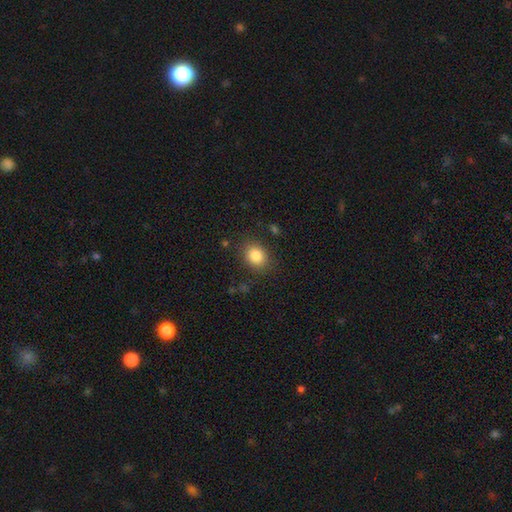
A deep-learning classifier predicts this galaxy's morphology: Smooth or featured? Predicted: smooth (p=0.85). How rounded? Predicted: round (p=0.53). Merging? Predicted: none (p=0.84).